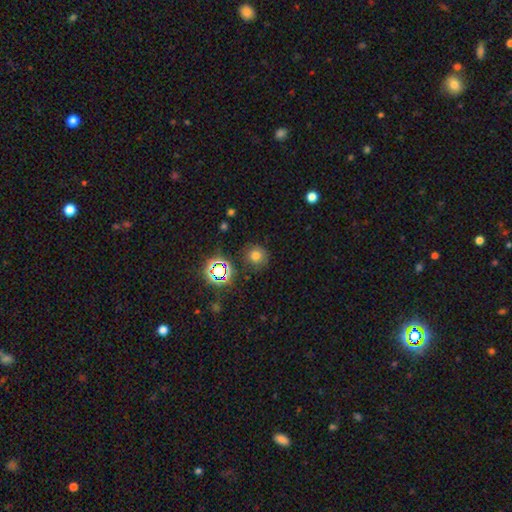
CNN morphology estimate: This is likely a smooth galaxy (67%). How rounded: clearly round (91%). Merging: clearly none (84%).